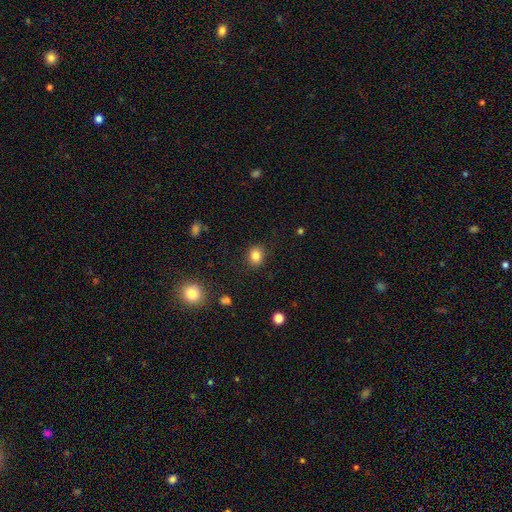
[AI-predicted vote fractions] Morphology: type=smooth (83%); roundness=round (65%); merging=none (88%).